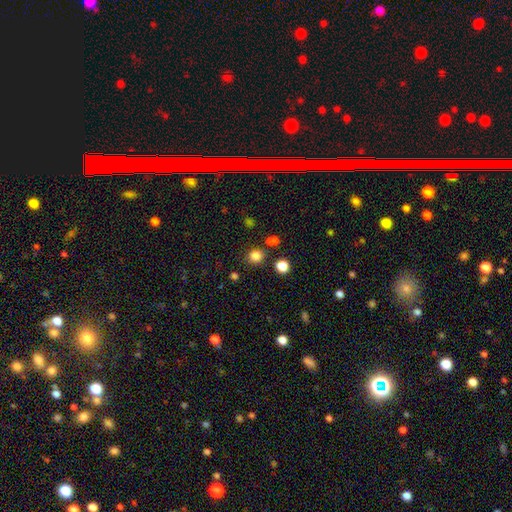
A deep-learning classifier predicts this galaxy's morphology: A smooth galaxy with no disk features (81%) that is round (87%).

Vote fractions:
- Smooth or featured? smooth: 81% / star or artifact: 14% / featured or disk: 4%
- How rounded? round: 87% / in between: 12% / cigar-shaped: 1%
- Merging? none: 82% / minor disturbance: 8% / merger: 7% / major disturbance: 3%